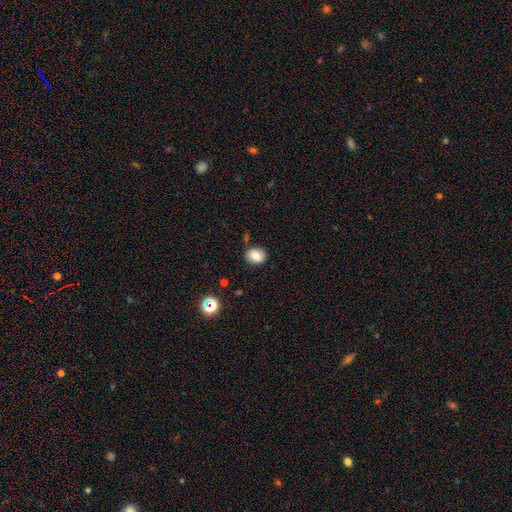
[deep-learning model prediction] Morphology: type=smooth (83%); roundness=round (54%); merging=none (82%).